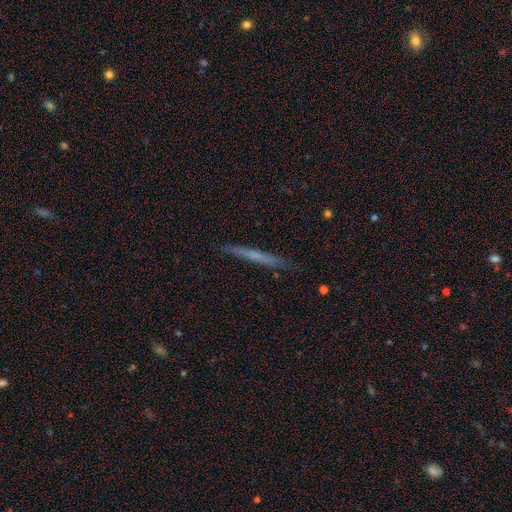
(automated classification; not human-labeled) featured or disk 48%, smooth 45%, star or artifact 7%. Down the decision tree: merging — none (87%).